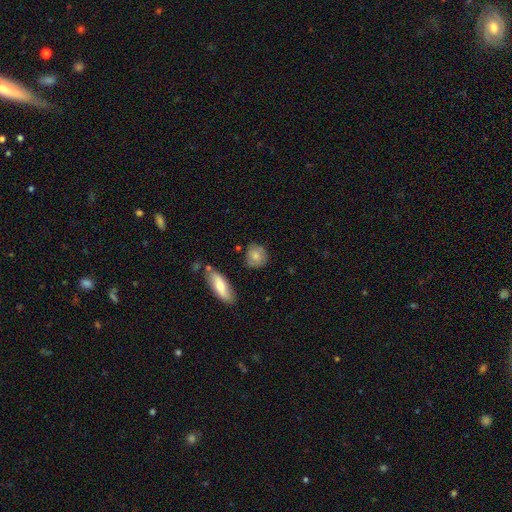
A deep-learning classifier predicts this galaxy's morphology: Q: Smooth or featured?
A: smooth (71%); runner-up: featured or disk (22%)
Q: How rounded?
A: round (75%); runner-up: in between (22%)
Q: Merging?
A: none (73%); runner-up: minor disturbance (18%)